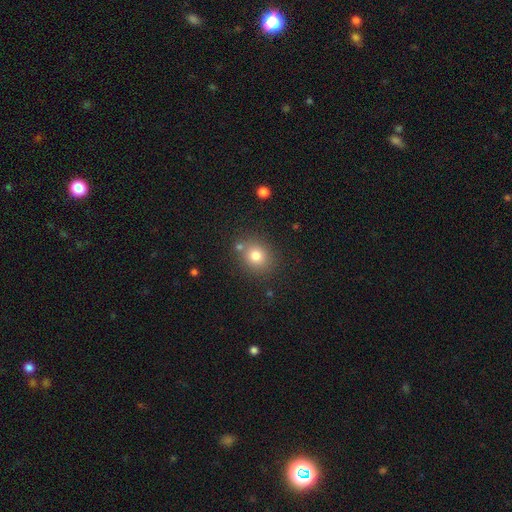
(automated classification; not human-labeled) Q: Smooth or featured?
A: smooth (78%); runner-up: star or artifact (13%)
Q: How rounded?
A: round (73%); runner-up: in between (26%)
Q: Merging?
A: none (77%); runner-up: minor disturbance (11%)